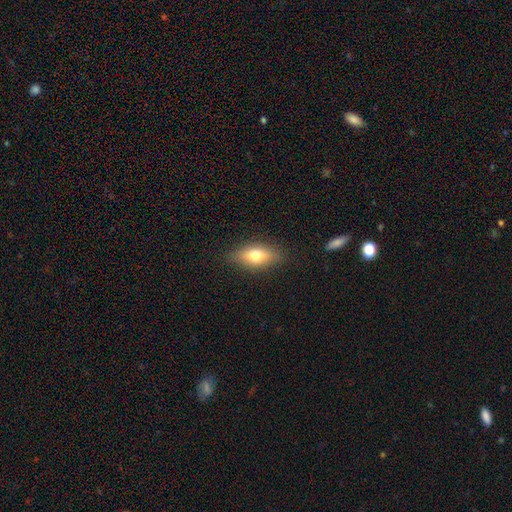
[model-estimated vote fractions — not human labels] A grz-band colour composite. It shows a smooth galaxy with no disk features (68%) that is in between round and cigar-shaped (77%). Merging: none (85%).